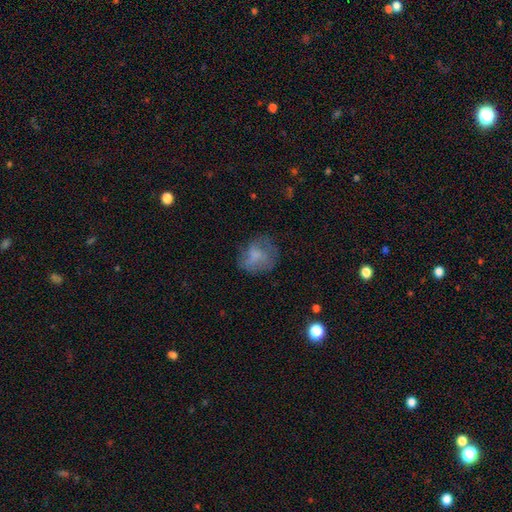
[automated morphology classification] Smooth or featured? smooth (62%)
How rounded? round (64%)
Merging? none (58%)